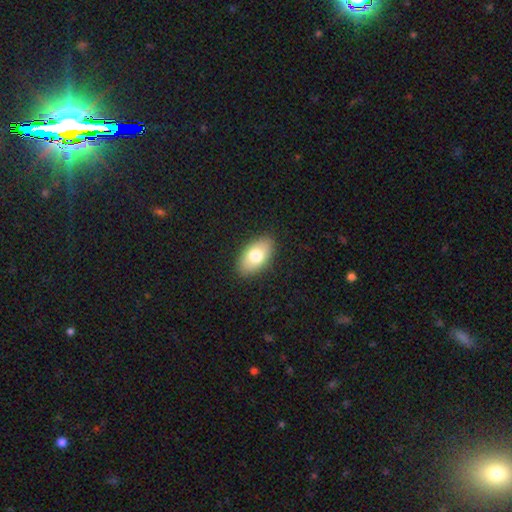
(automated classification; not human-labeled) The model was most divided on "smooth or featured": smooth: 76%, featured or disk: 17%, star or artifact: 7%. More confident: how rounded — in between (93%); merging — none (88%).